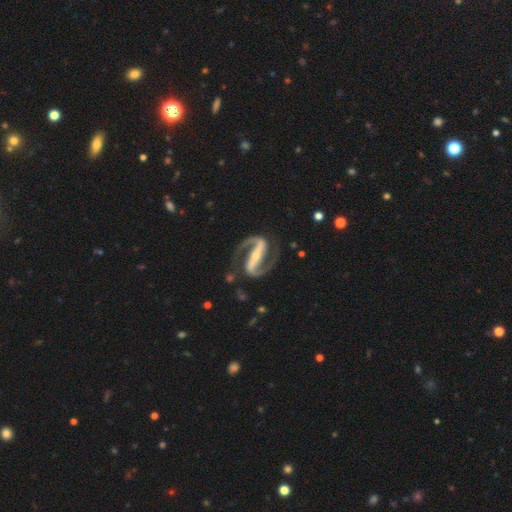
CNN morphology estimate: type=featured or disk (94%); edge-on=no (96%); bar=strong (83%); spiral arms=yes (98%); winding=medium (59%); arm count=2 (94%); bulge=small (63%); merging=none (83%).